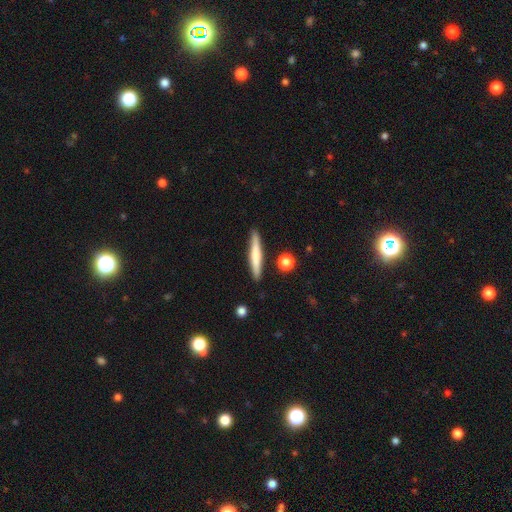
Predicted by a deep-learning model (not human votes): A smooth galaxy with no disk features (62%) that is cigar-shaped (94%).

Vote fractions:
- Smooth or featured? smooth: 62% / featured or disk: 33% / star or artifact: 6%
- How rounded? cigar-shaped: 94% / in between: 5% / round: 1%
- Merging? none: 88% / minor disturbance: 8% / merger: 2% / major disturbance: 2%